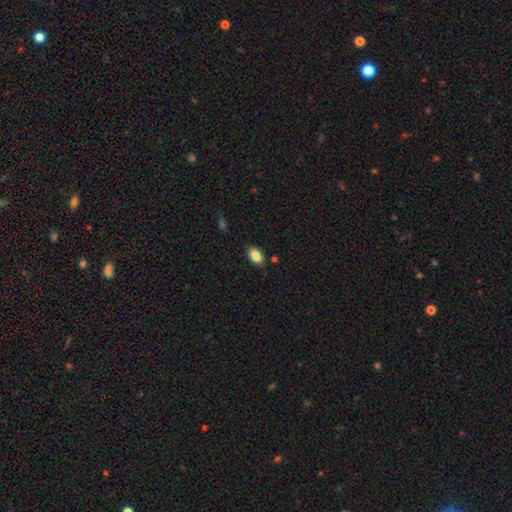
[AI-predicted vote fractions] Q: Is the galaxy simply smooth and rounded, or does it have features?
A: smooth — 86%.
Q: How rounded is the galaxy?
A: in between — 92%.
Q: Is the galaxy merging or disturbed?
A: none — 85%.